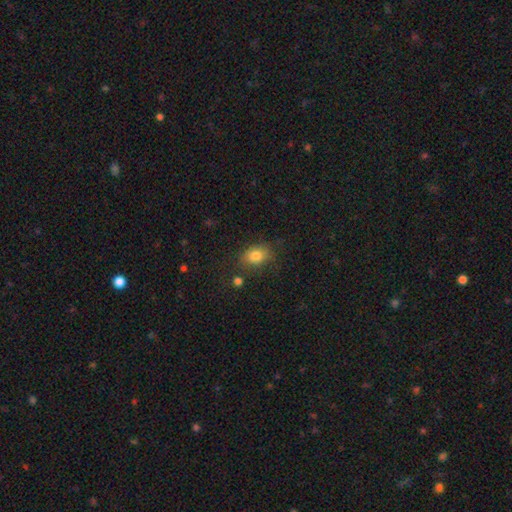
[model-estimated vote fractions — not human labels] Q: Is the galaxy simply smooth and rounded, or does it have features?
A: smooth — 82%.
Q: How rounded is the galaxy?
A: in between — 72%.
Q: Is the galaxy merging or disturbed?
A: none — 75%.